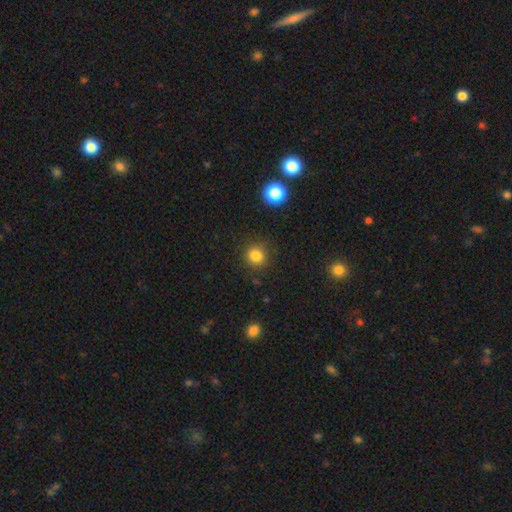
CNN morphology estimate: Smooth or featured? smooth (82%)
How rounded? round (91%)
Merging? none (88%)